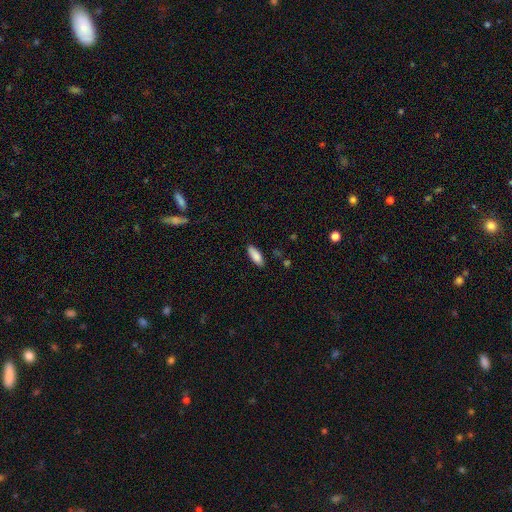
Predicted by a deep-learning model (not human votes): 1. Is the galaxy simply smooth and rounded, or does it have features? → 87% smooth, 6% featured or disk, 6% star or artifact.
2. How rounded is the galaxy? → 72% in between, 26% cigar-shaped, 2% round.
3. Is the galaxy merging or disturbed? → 84% none, 12% minor disturbance, 2% major disturbance, 2% merger.